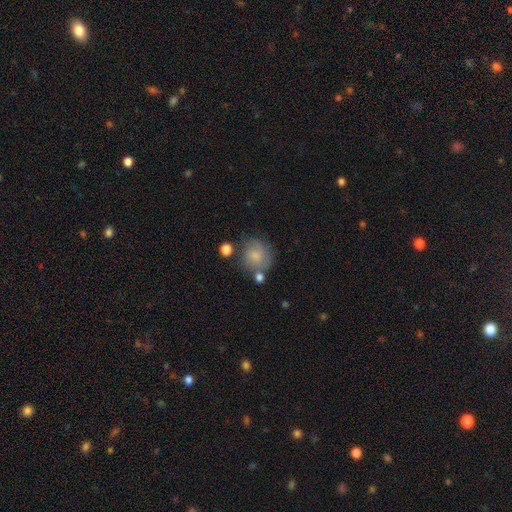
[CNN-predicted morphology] The model was most divided on "merging": none: 59%, minor disturbance: 21%, merger: 10%, major disturbance: 9%. More confident: how rounded — round (82%); smooth or featured — smooth (68%).